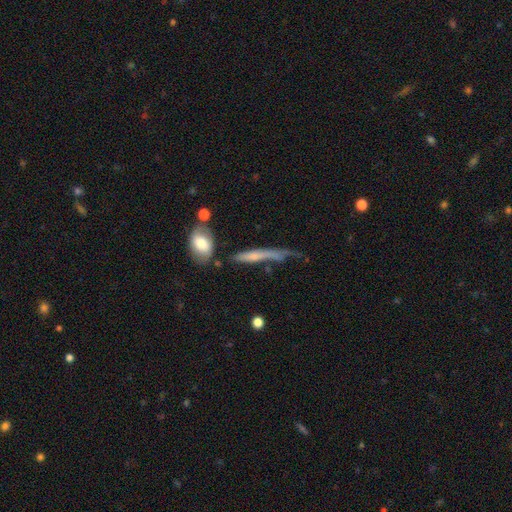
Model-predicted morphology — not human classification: type=smooth (52%); roundness=cigar-shaped (84%); merging=none (38%).